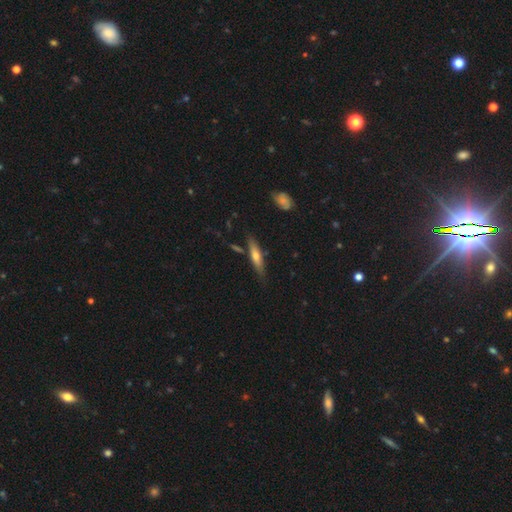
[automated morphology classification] type=smooth (49%); merging=none (78%).